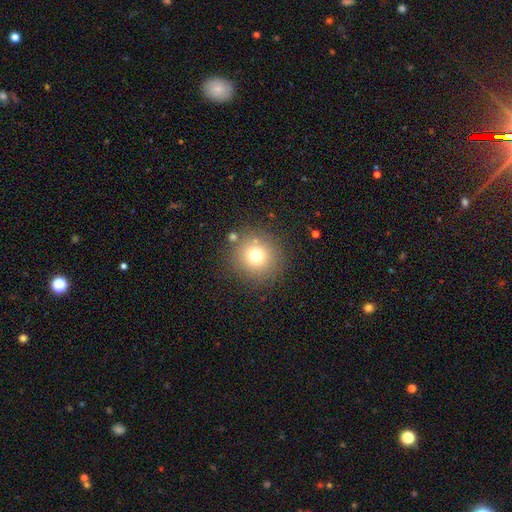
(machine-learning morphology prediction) smooth_or_featured: smooth (p=0.73) [alt: star or artifact p=0.16]
how_rounded: round (p=0.94) [alt: in between p=0.05]
merging: none (p=0.83) [alt: minor disturbance p=0.08]